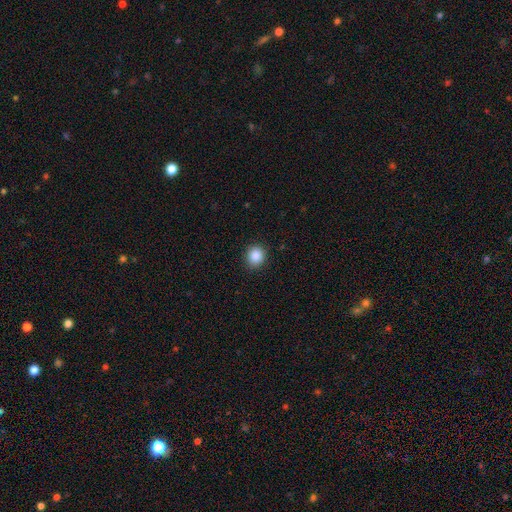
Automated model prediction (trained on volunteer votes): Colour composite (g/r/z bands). It shows a smooth galaxy with no disk features (88%) that is round (78%). Merging: none (89%).